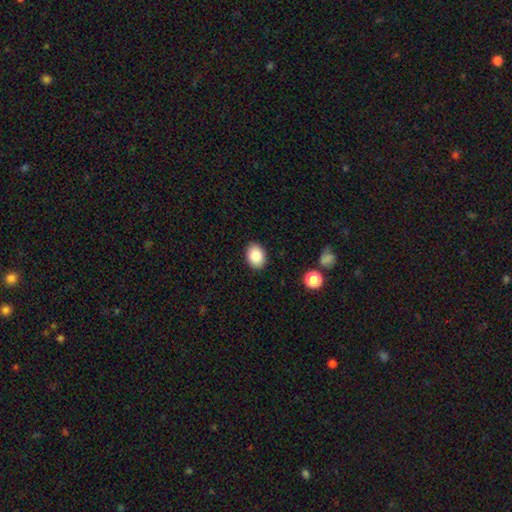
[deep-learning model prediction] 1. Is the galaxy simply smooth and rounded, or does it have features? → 86% smooth, 8% star or artifact, 6% featured or disk.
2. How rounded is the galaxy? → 76% in between, 23% round, 1% cigar-shaped.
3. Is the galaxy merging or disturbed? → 89% none, 8% minor disturbance, 2% major disturbance, 1% merger.